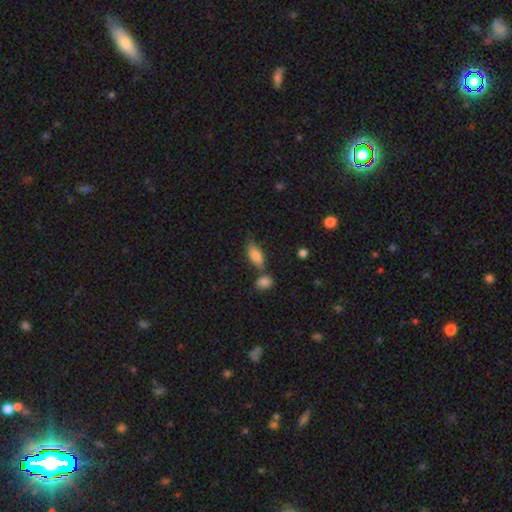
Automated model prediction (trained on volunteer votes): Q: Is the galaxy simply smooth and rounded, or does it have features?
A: smooth — 84%.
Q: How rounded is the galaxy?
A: in between — 85%.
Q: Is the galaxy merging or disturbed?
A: none — 51%.